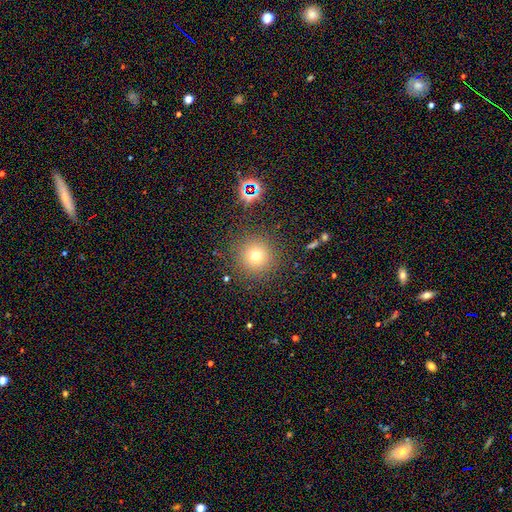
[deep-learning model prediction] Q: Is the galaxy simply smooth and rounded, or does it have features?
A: smooth — 70%.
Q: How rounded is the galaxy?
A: round — 95%.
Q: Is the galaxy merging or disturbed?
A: none — 88%.